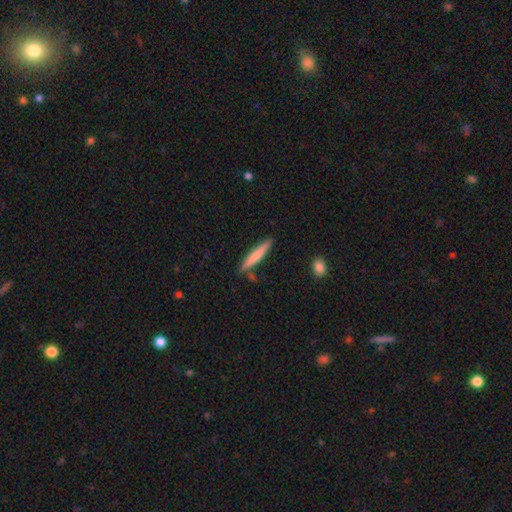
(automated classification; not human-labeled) This appears to be a smooth galaxy with no disk features (67%) that is cigar-shaped (93%). Merging: none (84%).